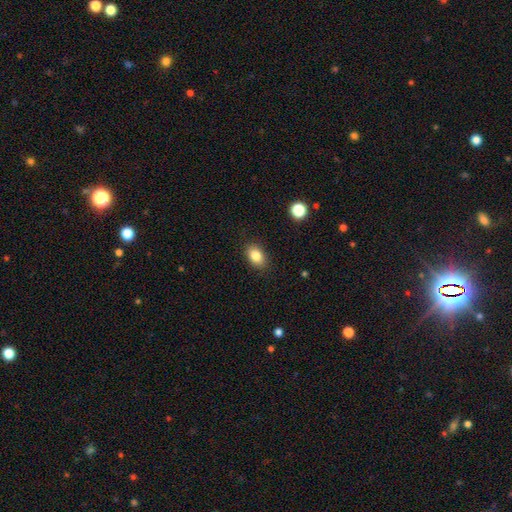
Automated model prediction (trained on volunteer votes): Smooth or featured: smooth — 85% (star or artifact — 9%)
How rounded: in between — 83% (round — 15%)
Merging: none — 88% (minor disturbance — 9%)